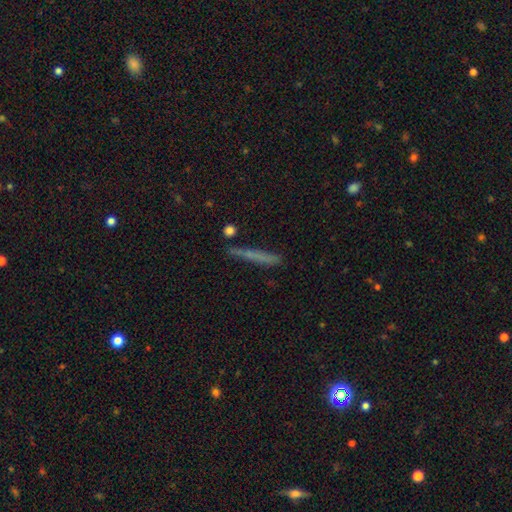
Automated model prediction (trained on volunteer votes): smooth 59%, featured or disk 31%, star or artifact 10%. Down the decision tree: how rounded — cigar-shaped (95%); merging — none (78%).